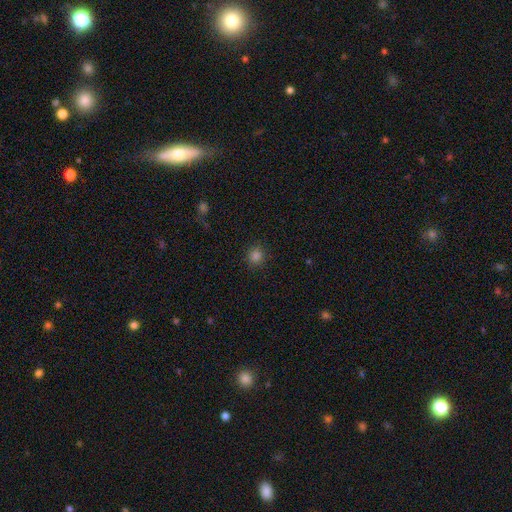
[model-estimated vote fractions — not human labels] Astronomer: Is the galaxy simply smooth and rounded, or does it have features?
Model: smooth — 82%.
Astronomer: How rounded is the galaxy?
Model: round — 89%.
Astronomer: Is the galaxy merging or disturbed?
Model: none — 90%.